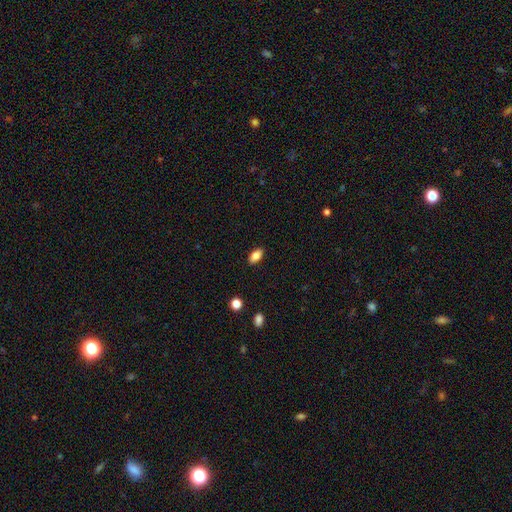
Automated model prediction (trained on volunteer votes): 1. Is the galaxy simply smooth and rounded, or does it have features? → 85% smooth, 8% star or artifact, 7% featured or disk.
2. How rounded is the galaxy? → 91% in between, 5% round, 4% cigar-shaped.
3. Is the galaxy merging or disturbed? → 89% none, 8% minor disturbance, 2% major disturbance, 1% merger.